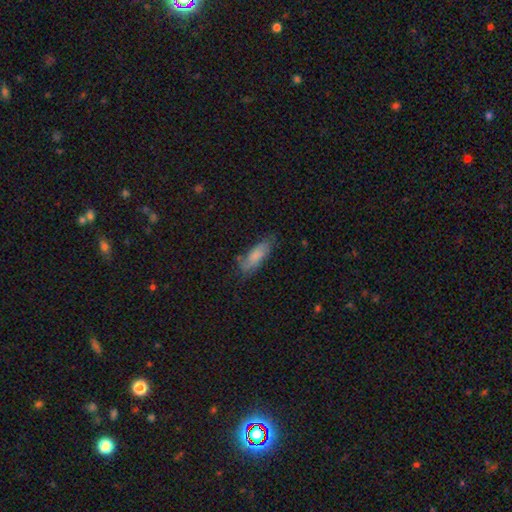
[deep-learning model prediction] Smooth or featured: smooth — 71% (featured or disk — 22%)
How rounded: in between — 66% (cigar-shaped — 32%)
Merging: none — 64% (minor disturbance — 25%)